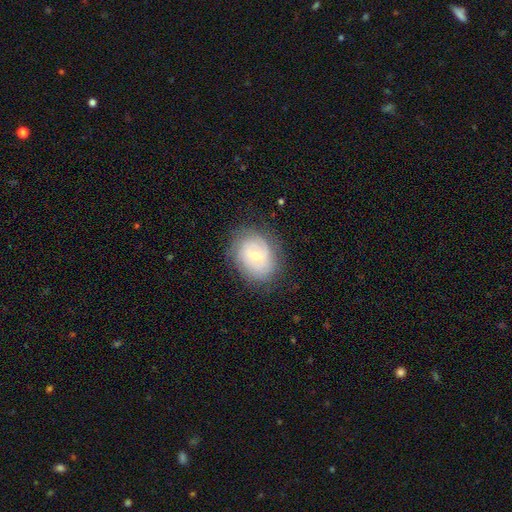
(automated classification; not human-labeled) Morphology: type=featured or disk (67%); edge-on=no (96%); bar=weak (45%, tied with no); spiral arms=yes (83%); winding=tight (66%); arm count=can't tell (44%); bulge=moderate (54%); merging=none (77%).